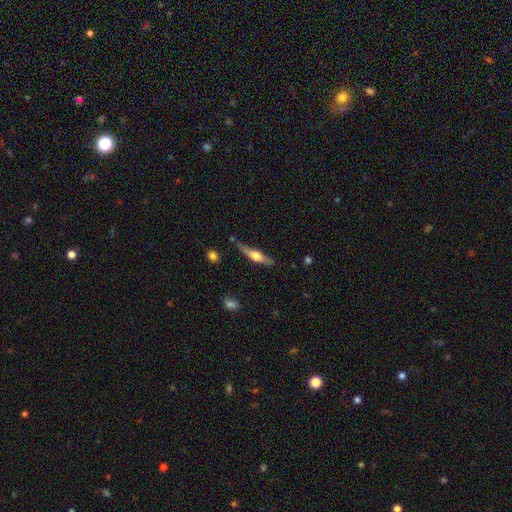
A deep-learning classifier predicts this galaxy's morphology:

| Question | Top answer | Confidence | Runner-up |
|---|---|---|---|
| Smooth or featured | featured or disk | 60% | smooth (34%) |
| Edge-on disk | yes | 95% | no (5%) |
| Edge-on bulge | rounded | 90% | boxy (7%) |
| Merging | none | 76% | minor disturbance (16%) |